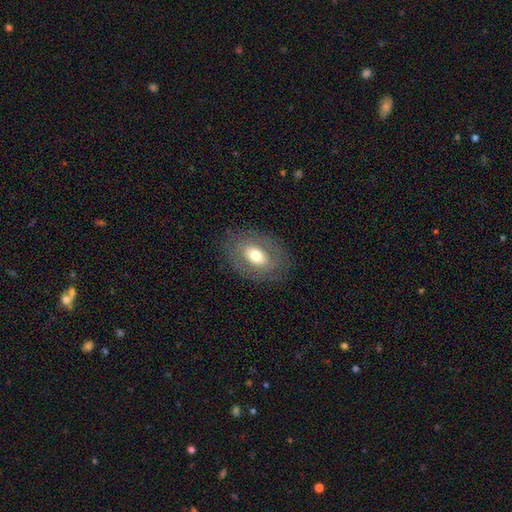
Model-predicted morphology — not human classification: Q: Smooth or featured?
A: smooth (53%); runner-up: featured or disk (39%)
Q: How rounded?
A: in between (80%); runner-up: round (19%)
Q: Merging?
A: none (80%); runner-up: minor disturbance (12%)